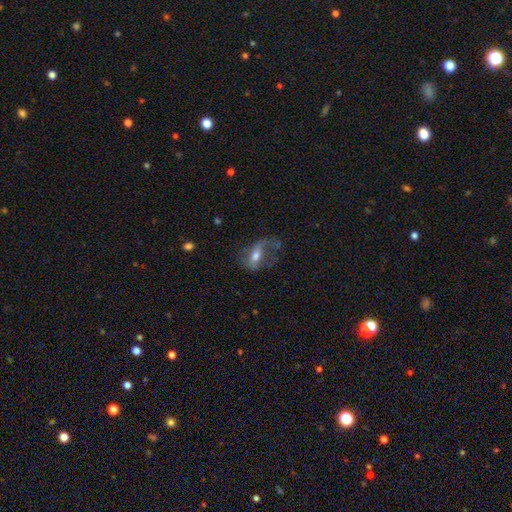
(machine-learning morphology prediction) This is likely a featured or disk galaxy (61%). It is clearly not viewed edge-on (88%). Bar: marginally weak (37%). Spiral arm pattern: likely yes (68%). Central bulge: likely moderate (64%). Merging: marginally none (40%).